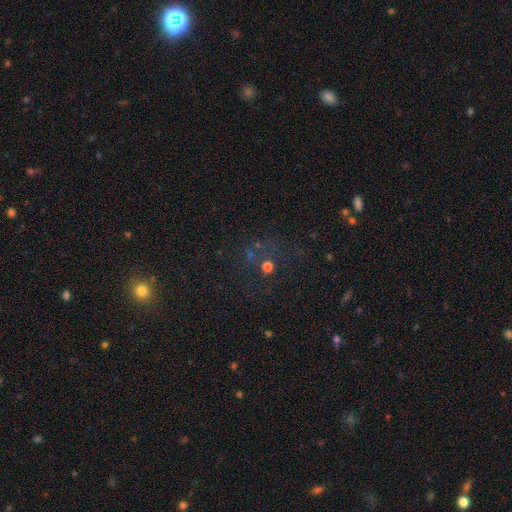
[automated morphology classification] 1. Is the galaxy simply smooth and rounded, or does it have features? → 51% star or artifact, 33% smooth, 15% featured or disk.